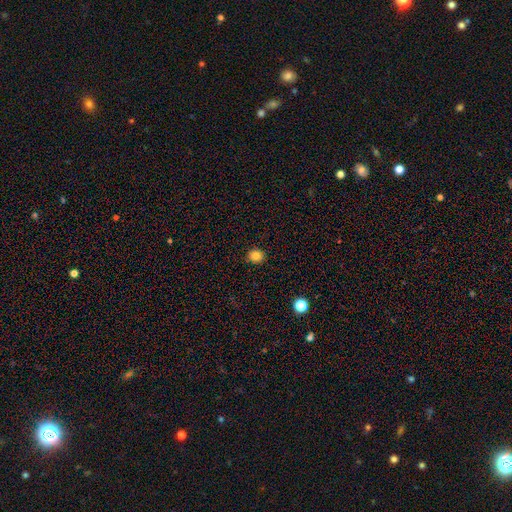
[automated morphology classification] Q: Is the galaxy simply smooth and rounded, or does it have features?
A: smooth — 83%.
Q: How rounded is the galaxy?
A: round — 77%.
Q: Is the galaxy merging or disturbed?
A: none — 91%.